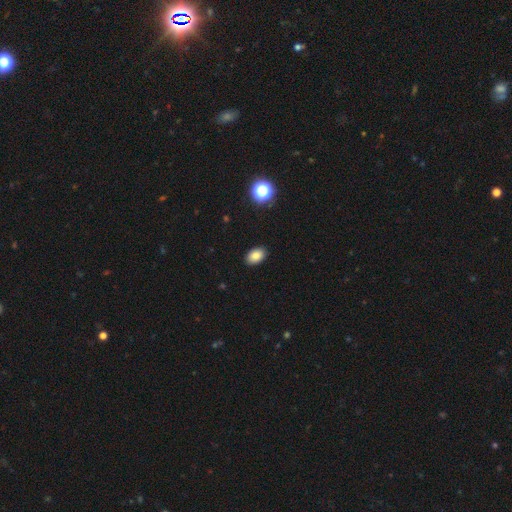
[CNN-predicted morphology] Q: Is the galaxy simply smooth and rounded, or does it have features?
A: smooth — 83%.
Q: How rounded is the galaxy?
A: in between — 88%.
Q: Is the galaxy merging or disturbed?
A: none — 90%.